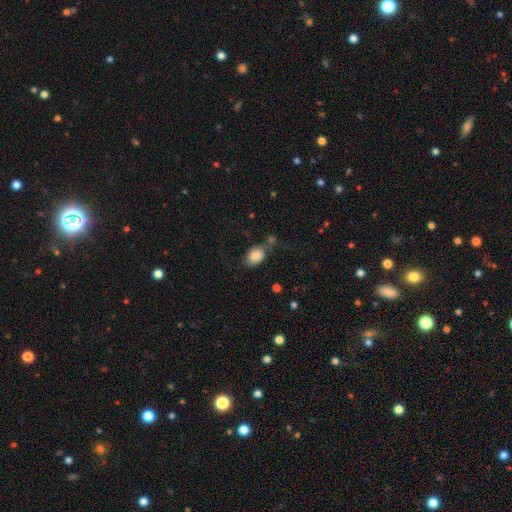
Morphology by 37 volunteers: This is clearly a smooth galaxy (86%). How rounded: likely in between (72%). Merging: possibly none (54%).